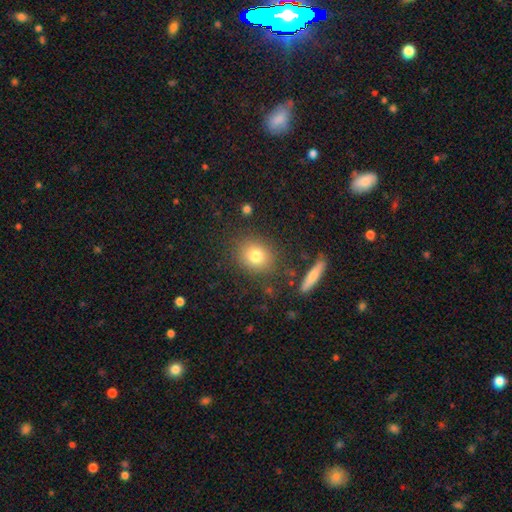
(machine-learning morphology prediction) The model was most divided on "how rounded": round: 68%, in between: 30%, cigar-shaped: 2%. More confident: merging — none (83%); smooth or featured — smooth (79%).